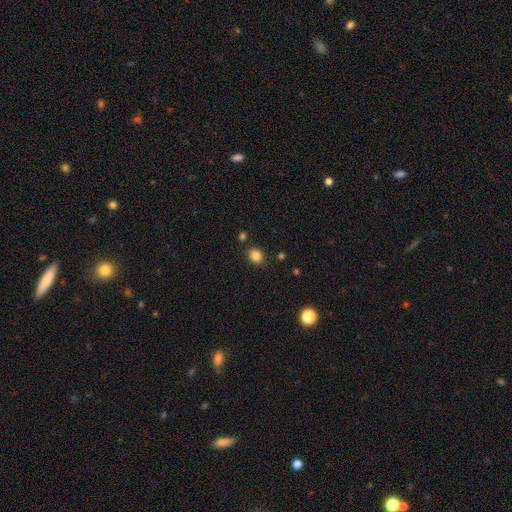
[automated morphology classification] This is clearly a smooth galaxy (84%). How rounded: likely round (69%). Merging: clearly none (84%).